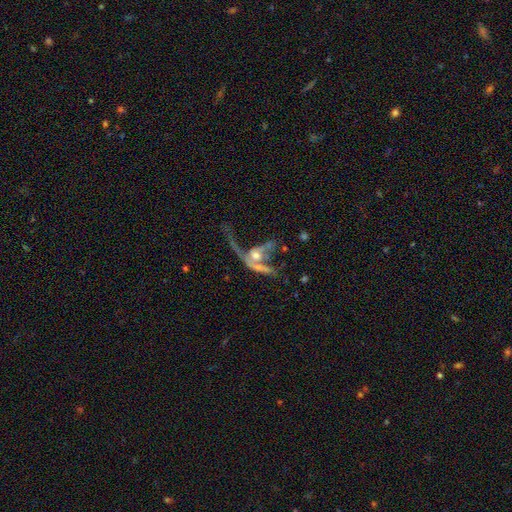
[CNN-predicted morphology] Overall: featured or disk (65%). Edge-on disk: no (81%). Bar: no (75%). Spiral arms: no (53%; yes 47%). Bulge size: moderate (45%; small 25%). Merging: merger (42%; major disturbance 35%).